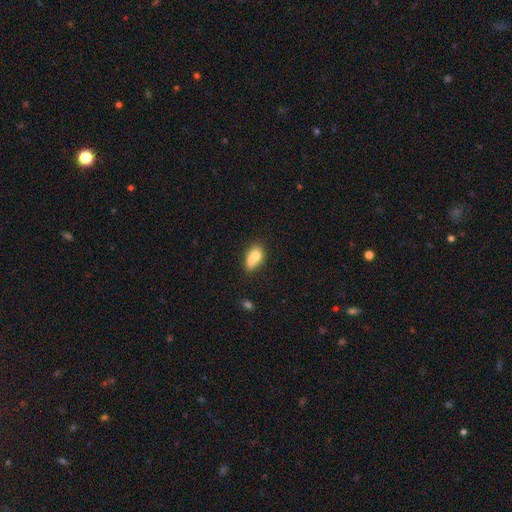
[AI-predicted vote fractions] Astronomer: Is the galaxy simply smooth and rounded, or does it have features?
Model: smooth — 69%.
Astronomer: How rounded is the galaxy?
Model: in between — 73%.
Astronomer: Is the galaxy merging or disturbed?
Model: merger — 47% (runner-up: none, 31%).